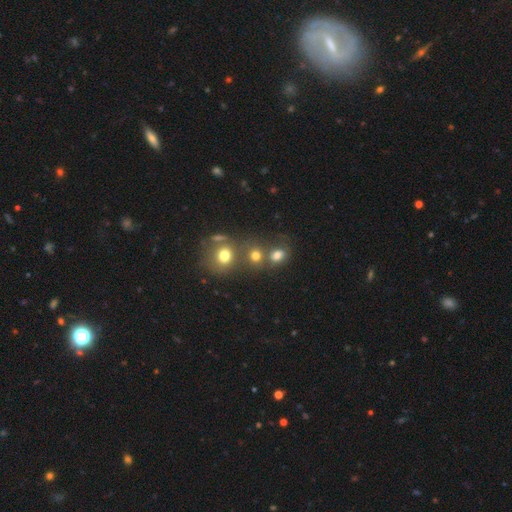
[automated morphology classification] smooth 72%, star or artifact 17%, featured or disk 10%. Down the decision tree: how rounded — round (75%); merging — none (50%).